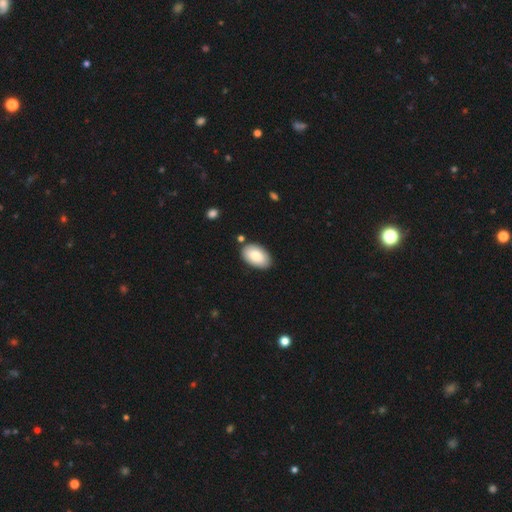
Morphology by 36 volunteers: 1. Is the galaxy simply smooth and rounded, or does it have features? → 86% smooth, 11% featured or disk, 3% star or artifact.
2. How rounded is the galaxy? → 84% in between, 16% round, 0% cigar-shaped.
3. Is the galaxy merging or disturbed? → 71% none, 20% minor disturbance, 6% major disturbance, 3% merger.